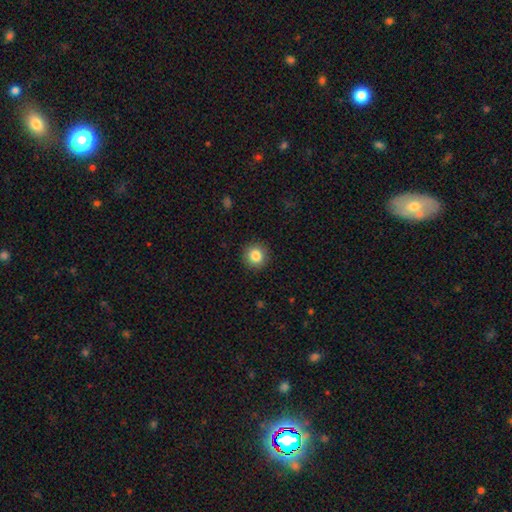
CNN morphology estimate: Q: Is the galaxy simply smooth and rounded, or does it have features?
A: smooth — 84%.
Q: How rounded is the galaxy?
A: round — 94%.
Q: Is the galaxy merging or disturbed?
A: none — 92%.